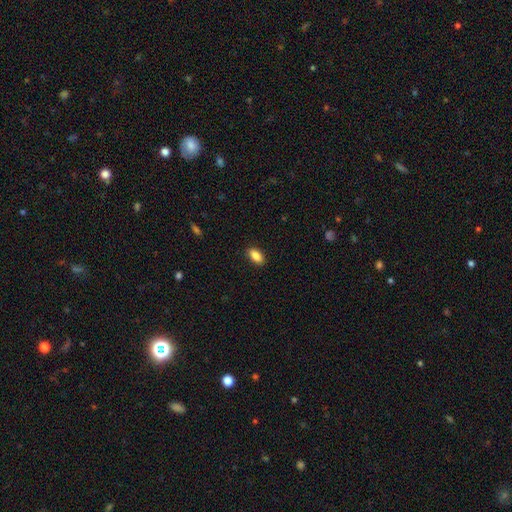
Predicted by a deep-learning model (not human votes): Overall: smooth (88%). How rounded: in between (90%). Merging: none (89%).